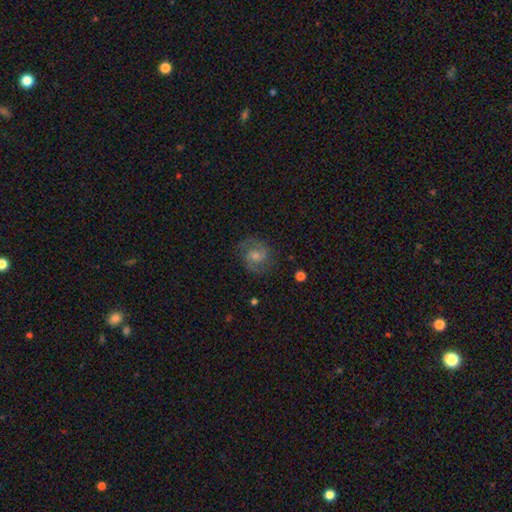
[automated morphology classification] A featured or disk galaxy (79%) with no bar (49%), 2 (91%) medium (56%) spiral arms (96%) and a moderate central bulge (53%). Merging: none (84%).